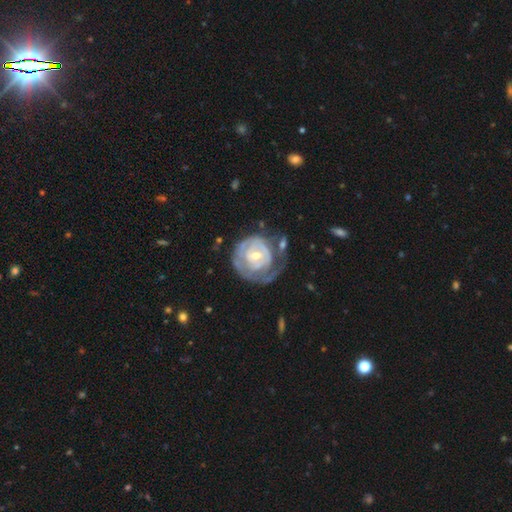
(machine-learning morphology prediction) A featured or disk galaxy (78%) with no bar (66%), tight (77%) spiral arms (77%) and a small central bulge (52%).

Vote fractions:
- Smooth or featured? featured or disk: 78% / smooth: 16% / star or artifact: 5%
- Edge-on disk? no: 97% / yes: 3%
- Bar? no: 66% / weak: 27% / strong: 8%
- Spiral arms? yes: 77% / no: 23%
- Spiral winding? tight: 77% / medium: 16% / loose: 7%
- Spiral arm count? can't tell: 43% / 2: 24% / 1: 18% / 3: 8% / 4: 4% / more than 4: 3%
- Bulge size? small: 52% / moderate: 44% / large: 3% / none: 1% / dominant: 1%
- Merging? none: 50% / minor disturbance: 23% / major disturbance: 21% / merger: 6%